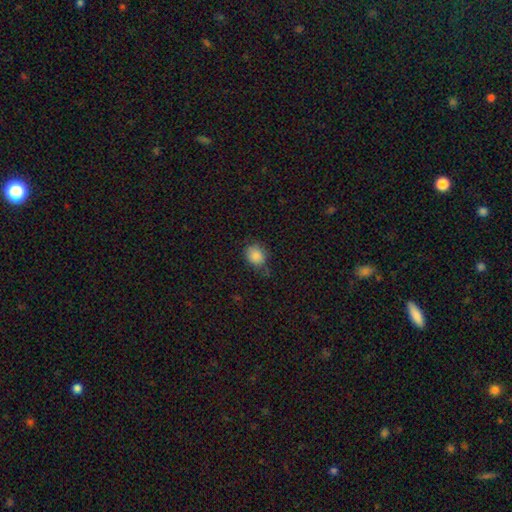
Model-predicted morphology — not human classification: The model was most divided on "how rounded": round: 63%, in between: 36%, cigar-shaped: 1%. More confident: smooth or featured — smooth (86%); merging — none (64%).